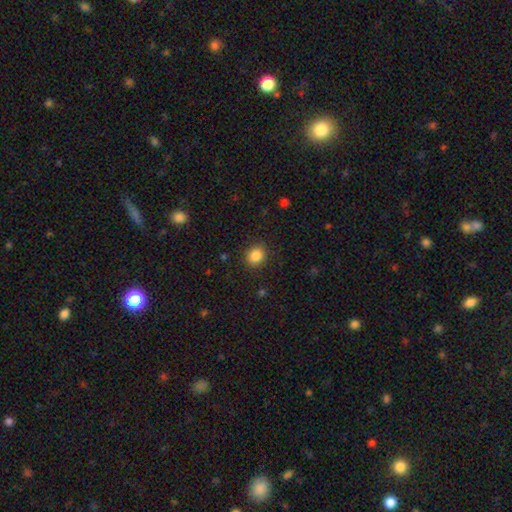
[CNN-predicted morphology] Smooth or featured: smooth — 86% (star or artifact — 10%)
How rounded: round — 69% (in between — 30%)
Merging: none — 89% (minor disturbance — 8%)